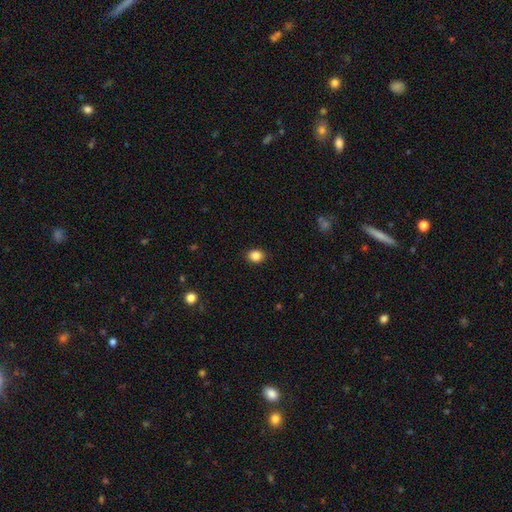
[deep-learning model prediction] The model was most divided on "how rounded": round: 51%, in between: 48%, cigar-shaped: 1%. More confident: merging — none (89%); smooth or featured — smooth (86%).